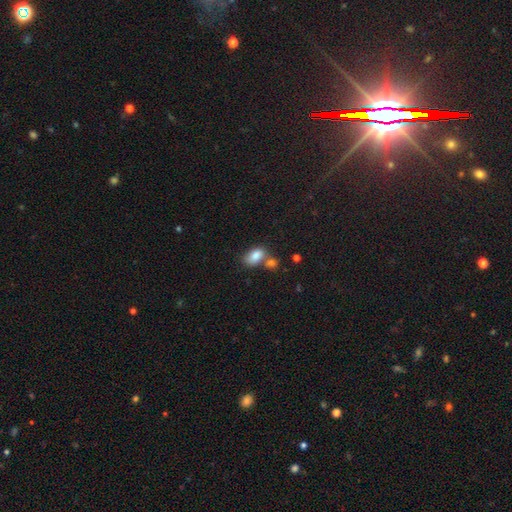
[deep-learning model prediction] Smooth or featured: smooth — 84% (star or artifact — 8%)
How rounded: in between — 89% (round — 9%)
Merging: none — 42% (merger — 37%)